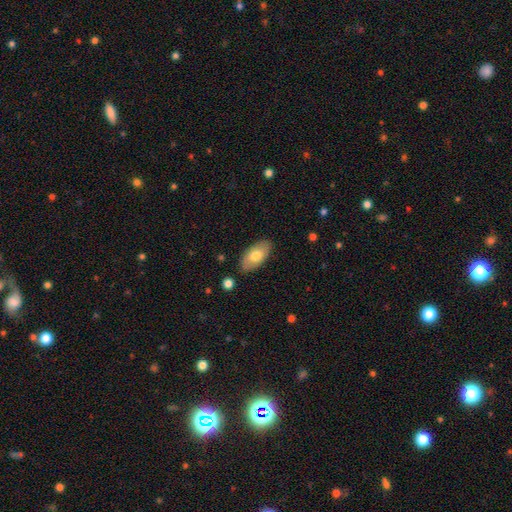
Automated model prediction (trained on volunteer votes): Smooth or featured: smooth — 71% (featured or disk — 24%)
How rounded: in between — 94% (cigar-shaped — 3%)
Merging: none — 85% (minor disturbance — 11%)